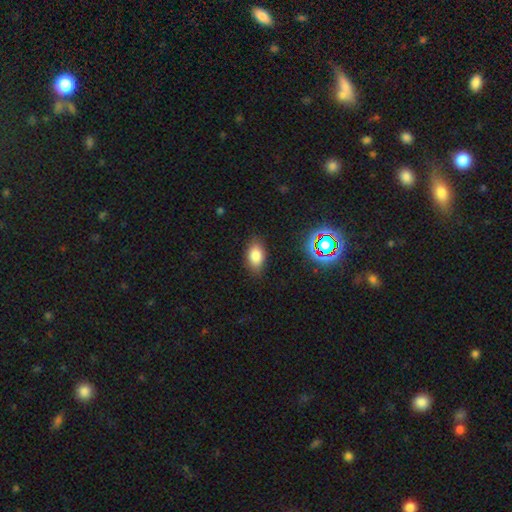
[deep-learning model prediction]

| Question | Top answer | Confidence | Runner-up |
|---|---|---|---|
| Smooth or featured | smooth | 81% | star or artifact (11%) |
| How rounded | in between | 88% | round (9%) |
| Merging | none | 83% | minor disturbance (13%) |